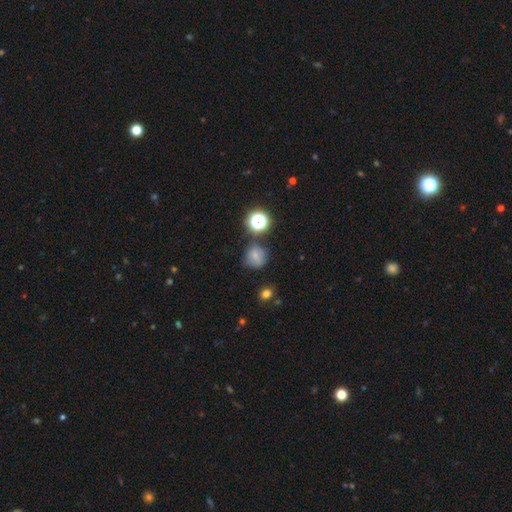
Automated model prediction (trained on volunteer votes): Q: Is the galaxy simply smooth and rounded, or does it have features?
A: smooth — 67%.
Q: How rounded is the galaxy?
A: round — 85%.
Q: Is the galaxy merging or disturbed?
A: none — 70%.